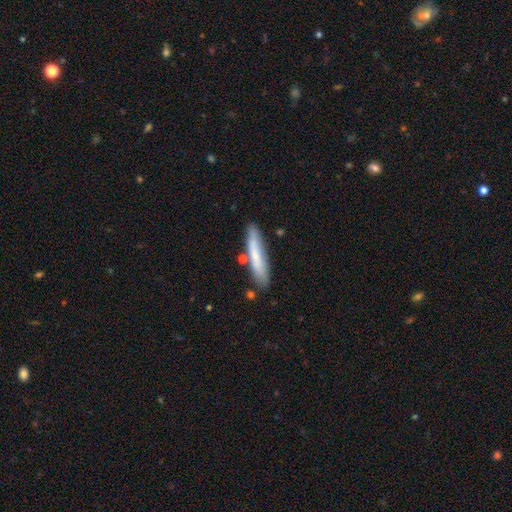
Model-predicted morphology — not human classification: Smooth or featured: smooth — 67% (featured or disk — 27%)
How rounded: cigar-shaped — 87% (in between — 11%)
Merging: none — 79% (minor disturbance — 13%)